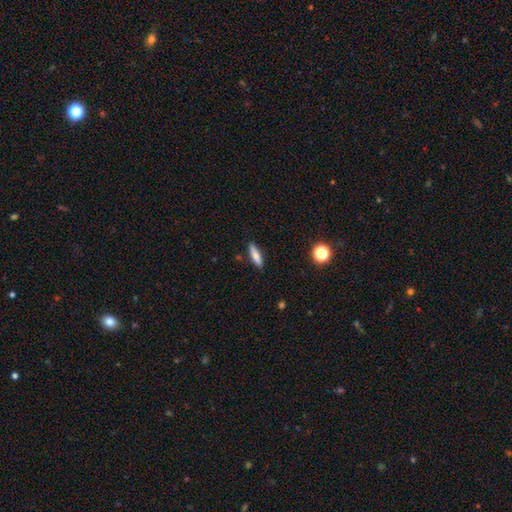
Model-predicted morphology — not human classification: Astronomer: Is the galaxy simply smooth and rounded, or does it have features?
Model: smooth — 74%.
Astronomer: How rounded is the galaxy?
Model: cigar-shaped — 68%.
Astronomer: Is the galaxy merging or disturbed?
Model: none — 86%.